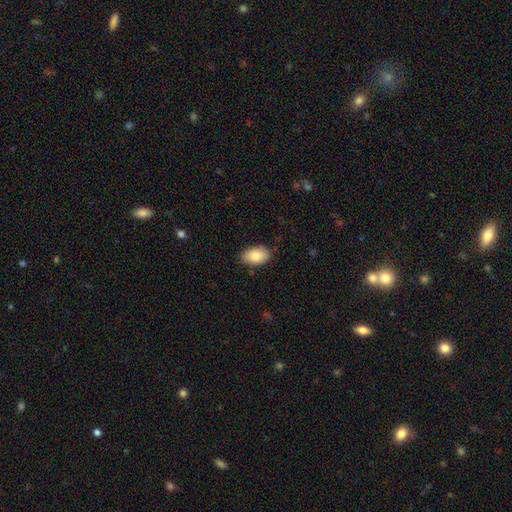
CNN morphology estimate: smooth_or_featured: smooth (p=0.86) [alt: featured or disk p=0.08]
how_rounded: in between (p=0.92) [alt: round p=0.07]
merging: none (p=0.84) [alt: minor disturbance p=0.13]